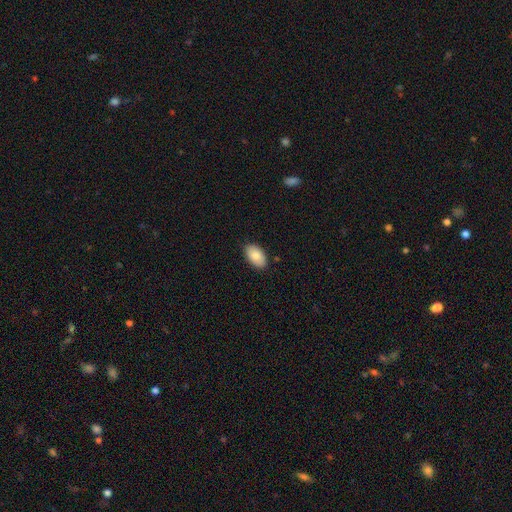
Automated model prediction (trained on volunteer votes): The model was most divided on "smooth or featured": smooth: 83%, featured or disk: 10%, star or artifact: 6%. More confident: how rounded — in between (94%); merging — none (87%).